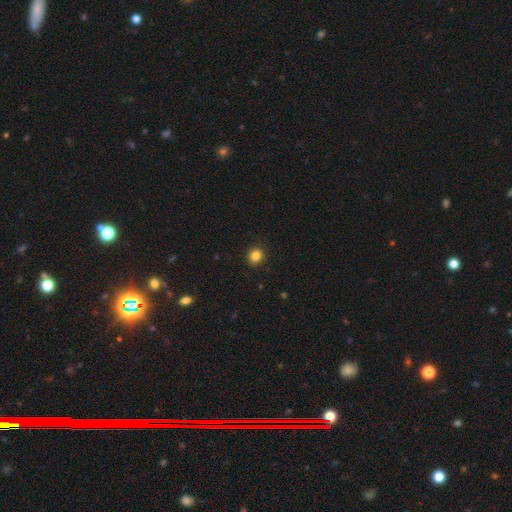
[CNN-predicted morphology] Overall: smooth (84%). How rounded: round (85%). Merging: none (92%).